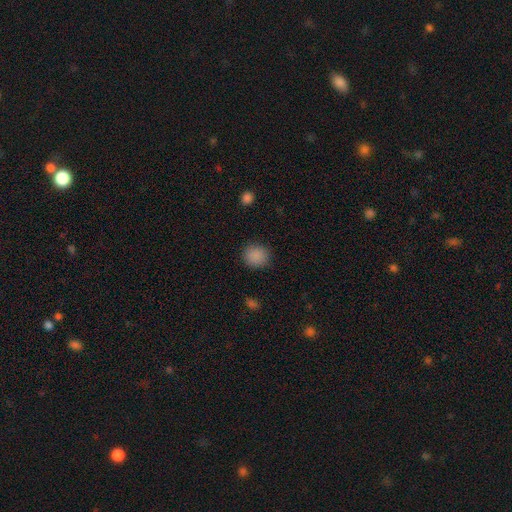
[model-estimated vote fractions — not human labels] Smooth or featured? Predicted: smooth (p=0.87). How rounded? Predicted: round (p=0.86). Merging? Predicted: none (p=0.88).